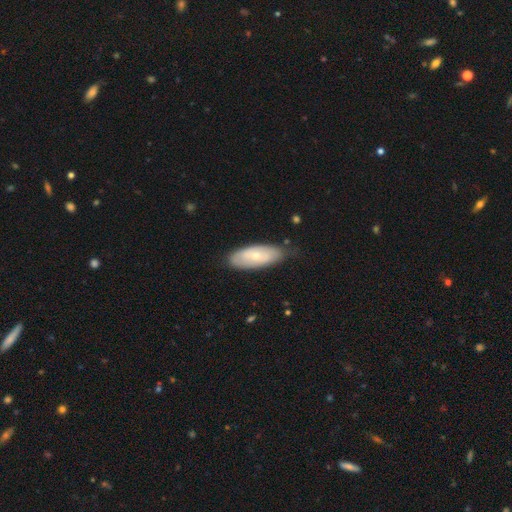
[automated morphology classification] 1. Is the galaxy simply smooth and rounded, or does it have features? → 52% smooth, 42% featured or disk, 6% star or artifact.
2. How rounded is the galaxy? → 81% in between, 17% cigar-shaped, 2% round.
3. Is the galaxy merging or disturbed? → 72% none, 22% minor disturbance, 4% major disturbance, 2% merger.